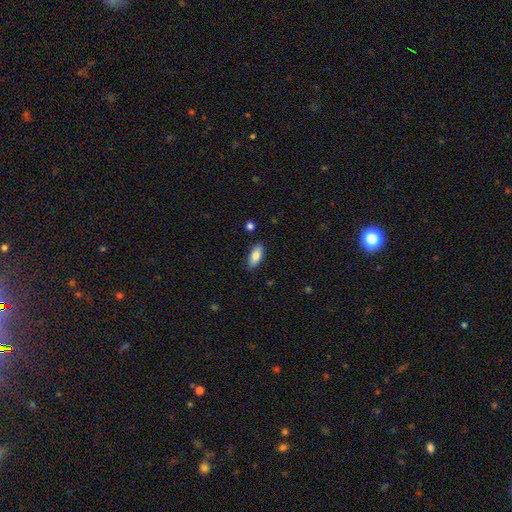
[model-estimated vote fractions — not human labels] smooth 83%, featured or disk 10%, star or artifact 7%. Down the decision tree: how rounded — in between (84%); merging — none (86%).